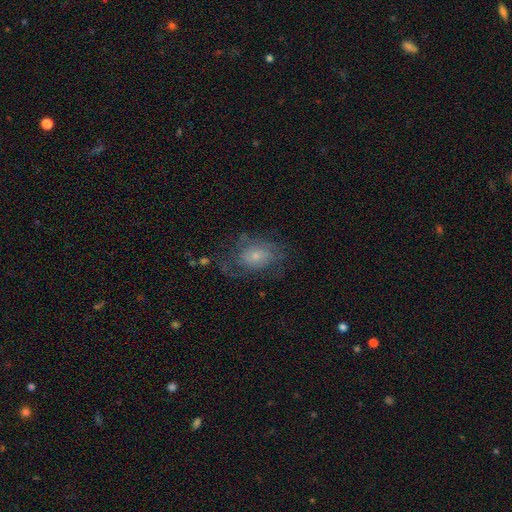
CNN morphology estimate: smooth_or_featured: featured or disk (p=0.54) [alt: smooth p=0.36]
disk_edge_on: no (p=0.96) [alt: yes p=0.04]
bar: no (p=0.80) [alt: weak p=0.17]
has_spiral_arms: yes (p=0.69) [alt: no p=0.31]
bulge_size: small (p=0.60) [alt: moderate p=0.30]
merging: none (p=0.52) [alt: major disturbance p=0.23]